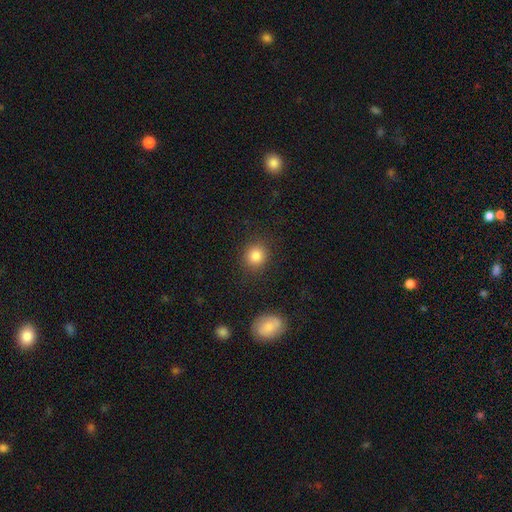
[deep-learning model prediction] Smooth or featured? Predicted: smooth (p=0.83). How rounded? Predicted: round (p=0.83). Merging? Predicted: none (p=0.87).